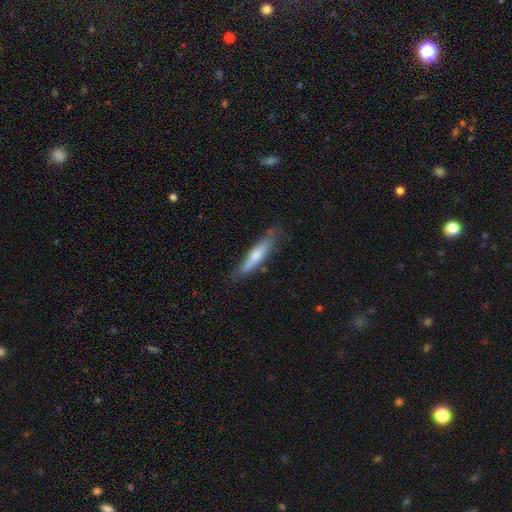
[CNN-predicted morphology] smooth-or-featured: smooth: 63% | featured or disk: 31% | star or artifact: 5%
  how-rounded: cigar-shaped: 86% | in between: 12% | round: 1%
  merging: none: 77% | minor disturbance: 17% | major disturbance: 3% | merger: 2%